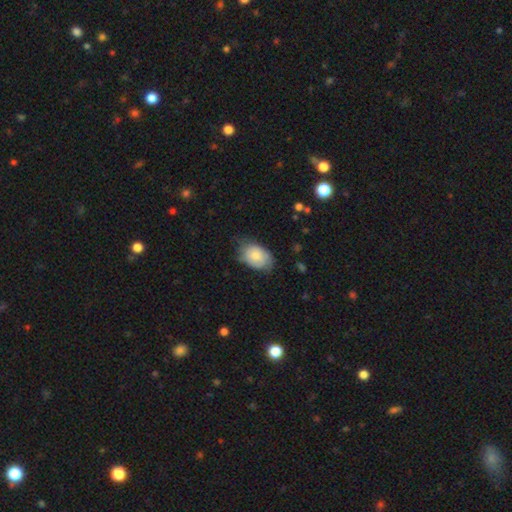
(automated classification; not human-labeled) The model was most divided on "merging": none: 60%, minor disturbance: 30%, major disturbance: 8%, merger: 1%. More confident: how rounded — in between (84%); smooth or featured — smooth (70%).